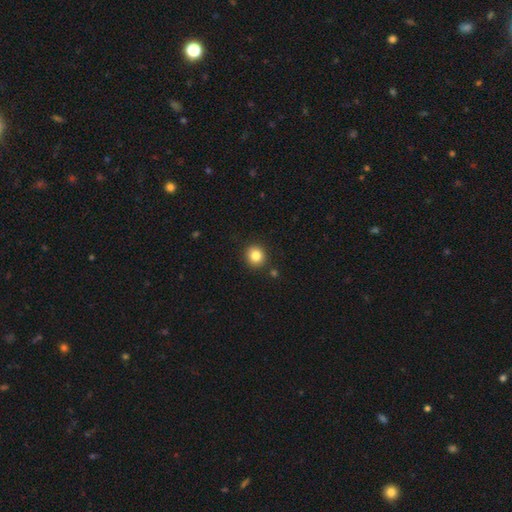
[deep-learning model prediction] Smooth or featured: smooth — 84% (star or artifact — 11%)
How rounded: round — 87% (in between — 12%)
Merging: none — 89% (minor disturbance — 6%)